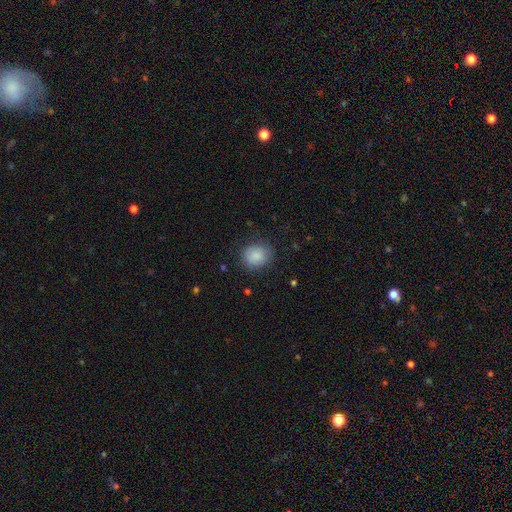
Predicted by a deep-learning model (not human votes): A smooth galaxy with no disk features (87%) that is round (72%). Merging: none (82%).